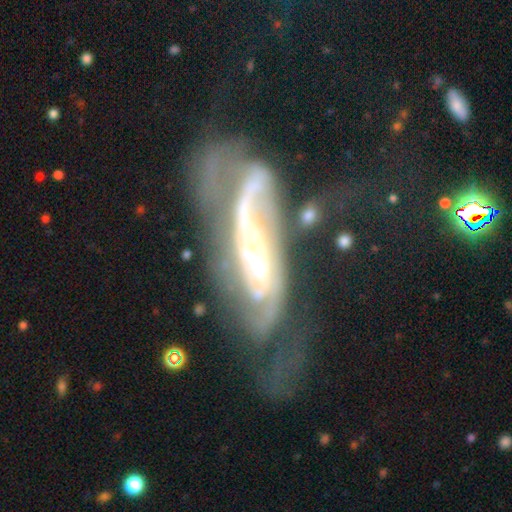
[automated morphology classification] Smooth or featured: featured or disk — 83% (smooth — 9%)
Edge-on disk: no — 87% (yes — 13%)
Bar: strong — 41% (no — 32%)
Spiral arms: yes — 89% (no — 11%)
Spiral winding: medium — 40% (loose — 32%)
Spiral arm count: 2 — 57% (can't tell — 21%)
Bulge size: small — 55% (moderate — 29%)
Merging: major disturbance — 41% (none — 29%)